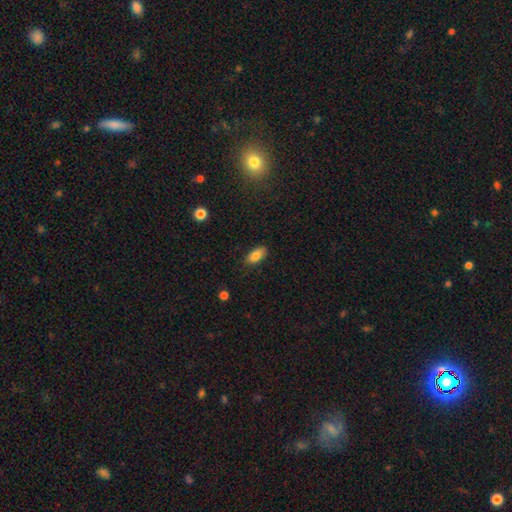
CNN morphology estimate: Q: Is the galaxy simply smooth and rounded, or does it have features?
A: smooth — 83%.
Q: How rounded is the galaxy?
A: in between — 90%.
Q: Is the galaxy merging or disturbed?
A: none — 84%.